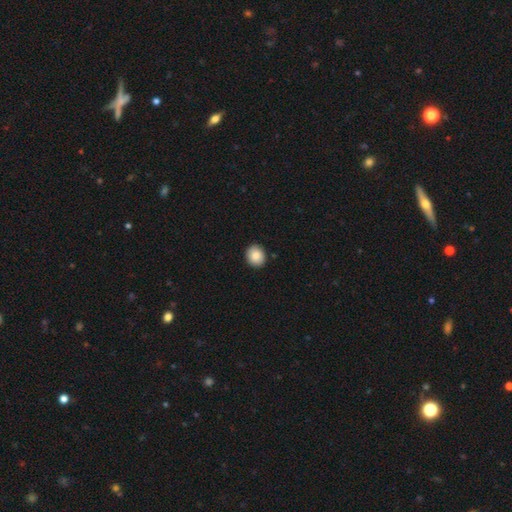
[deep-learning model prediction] This is clearly a smooth galaxy (86%). How rounded: likely round (72%). Merging: clearly none (89%).